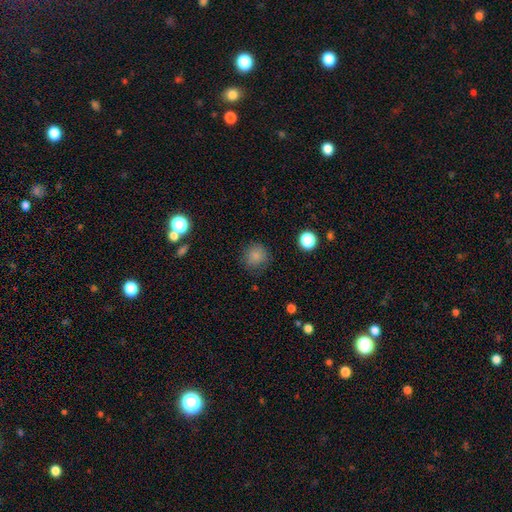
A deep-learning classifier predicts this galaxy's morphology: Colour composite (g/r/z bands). It shows a smooth galaxy with no disk features (82%) that is round (90%). Merging: none (81%).